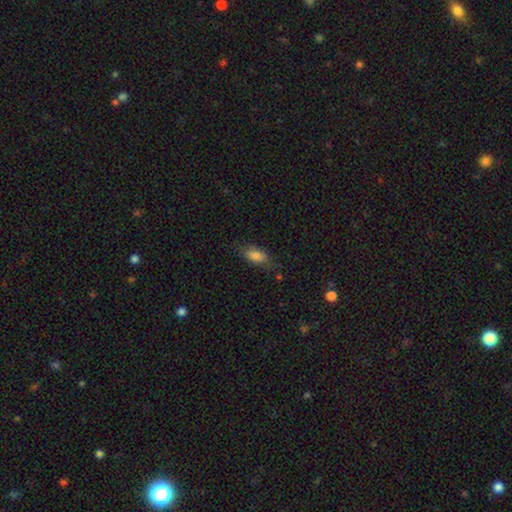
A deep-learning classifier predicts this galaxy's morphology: This is clearly a smooth galaxy (81%). How rounded: clearly in between (85%). Merging: likely none (72%).